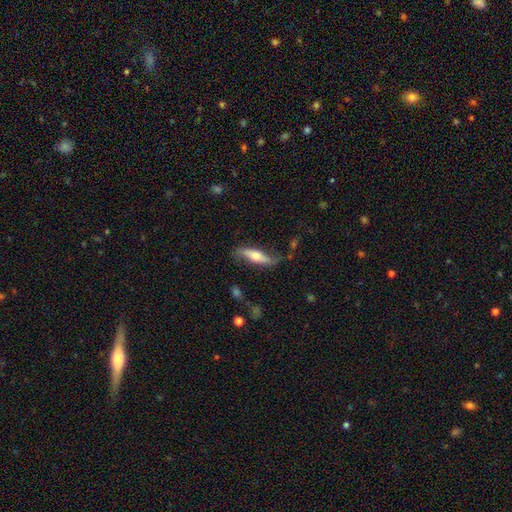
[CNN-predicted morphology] Smooth or featured? Predicted: smooth (p=0.49). Merging? Predicted: none (p=0.70).